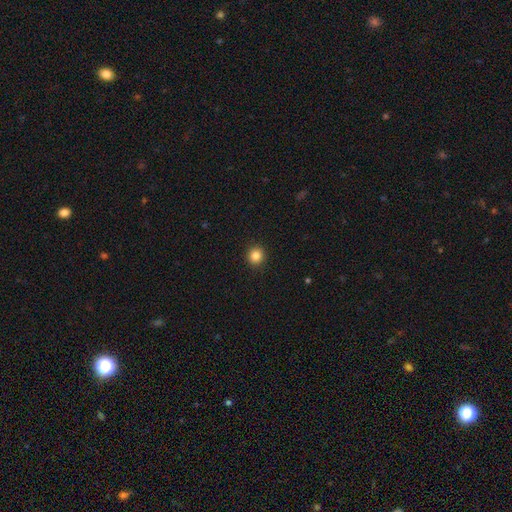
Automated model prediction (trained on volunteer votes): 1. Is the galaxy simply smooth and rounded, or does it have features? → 85% smooth, 11% star or artifact, 4% featured or disk.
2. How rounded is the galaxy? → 92% round, 7% in between, 1% cigar-shaped.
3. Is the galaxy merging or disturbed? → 93% none, 5% minor disturbance, 2% major disturbance, 1% merger.